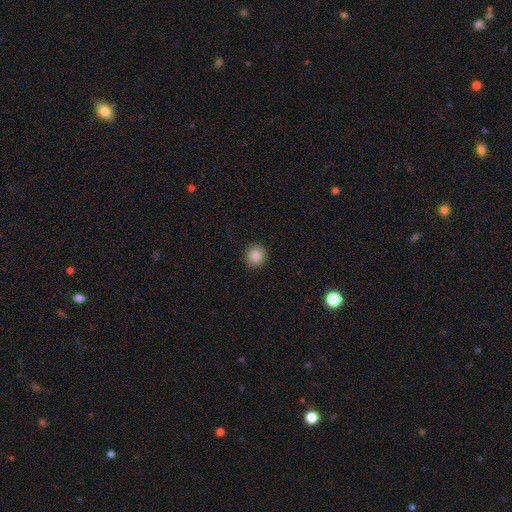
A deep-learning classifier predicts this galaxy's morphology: Smooth or featured? smooth (86%)
How rounded? round (91%)
Merging? none (92%)